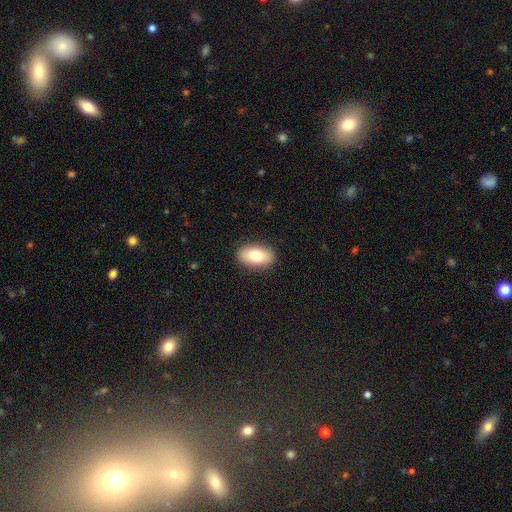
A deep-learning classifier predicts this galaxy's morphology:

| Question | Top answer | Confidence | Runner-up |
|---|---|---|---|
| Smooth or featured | smooth | 80% | featured or disk (13%) |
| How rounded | in between | 93% | round (5%) |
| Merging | none | 89% | minor disturbance (8%) |